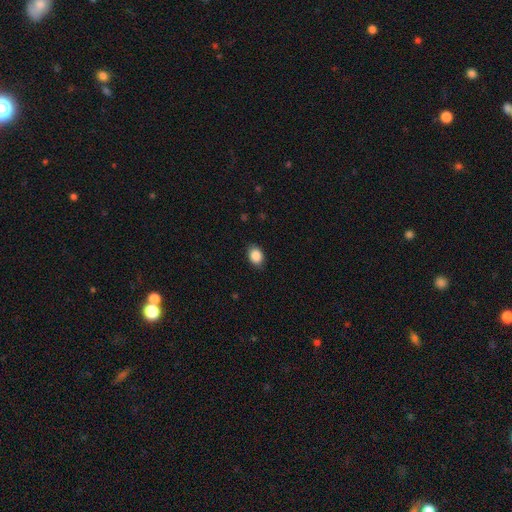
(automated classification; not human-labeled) A smooth galaxy with no disk features (88%) that is in between round and cigar-shaped (69%).

Vote fractions:
- Smooth or featured? smooth: 88% / star or artifact: 8% / featured or disk: 4%
- How rounded? in between: 69% / round: 30% / cigar-shaped: 1%
- Merging? none: 87% / minor disturbance: 10% / major disturbance: 2% / merger: 1%